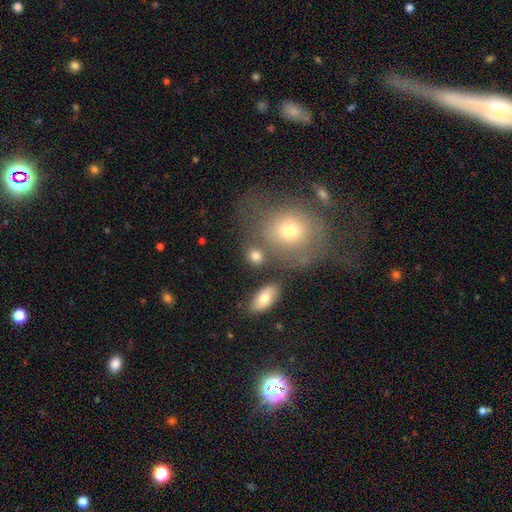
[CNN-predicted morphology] This is likely a smooth galaxy (79%). How rounded: likely round (64%). Merging: likely none (68%).